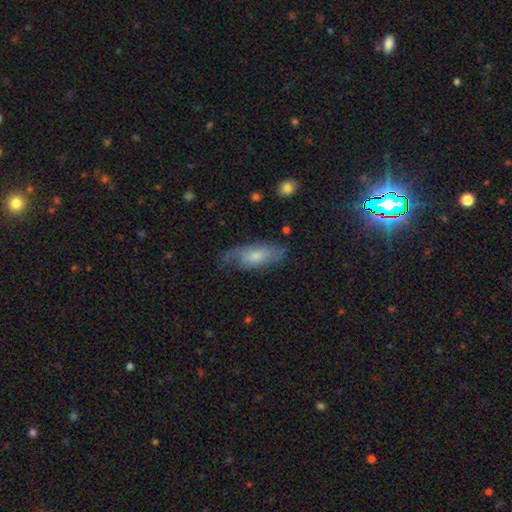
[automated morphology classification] A smooth galaxy with no disk features (52%) that is in between round and cigar-shaped (76%). Merging: none (61%).